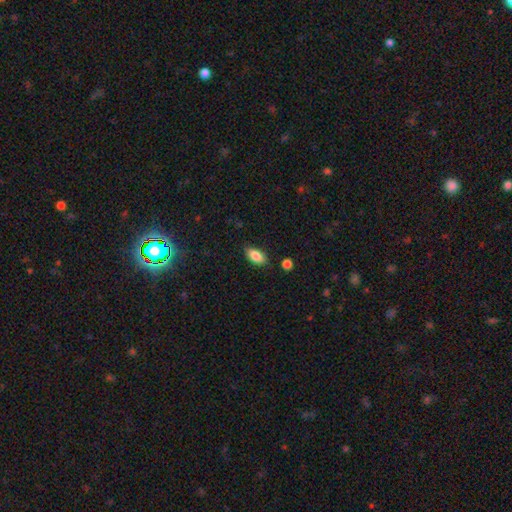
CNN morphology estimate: smooth 85%, featured or disk 8%, star or artifact 7%. Down the decision tree: how rounded — in between (91%); merging — none (85%).